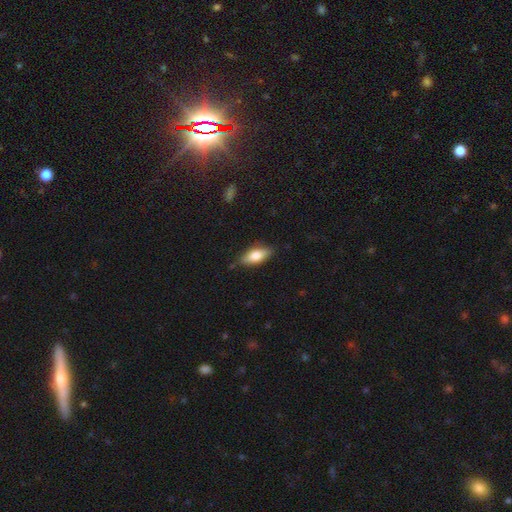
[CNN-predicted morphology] Smooth or featured?
  - smooth: 74% *
  - featured or disk: 19%
  - star or artifact: 6%
How rounded?
  - in between: 79% *
  - cigar-shaped: 18%
  - round: 3%
Merging?
  - none: 81% *
  - minor disturbance: 15%
  - major disturbance: 3%
  - merger: 2%